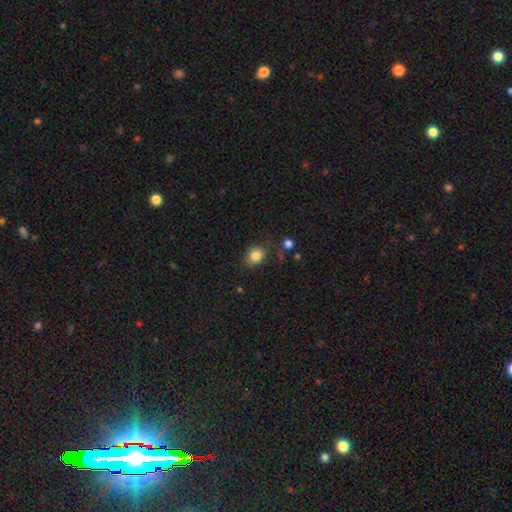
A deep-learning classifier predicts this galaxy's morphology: Smooth or featured? Predicted: smooth (p=0.84). How rounded? Predicted: round (p=0.60). Merging? Predicted: none (p=0.75).